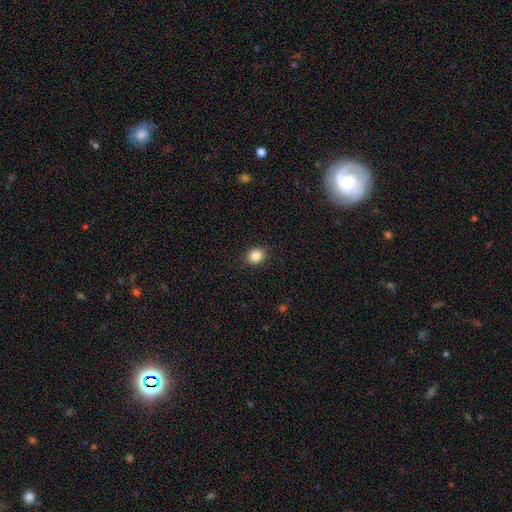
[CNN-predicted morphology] Q: Smooth or featured?
A: smooth (86%); runner-up: star or artifact (10%)
Q: How rounded?
A: round (63%); runner-up: in between (36%)
Q: Merging?
A: none (90%); runner-up: minor disturbance (7%)